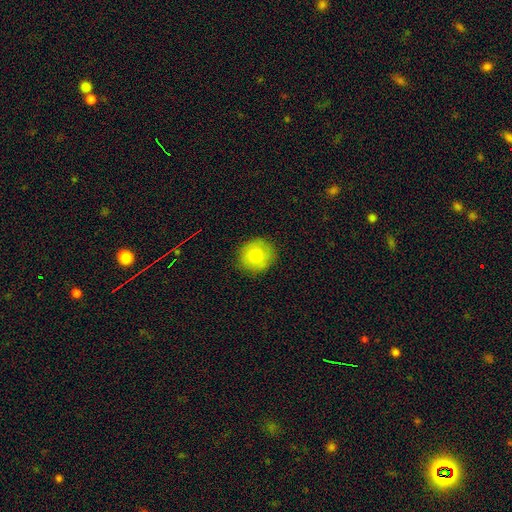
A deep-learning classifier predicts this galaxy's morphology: smooth_or_featured: smooth (p=0.80) [alt: featured or disk p=0.12]
how_rounded: round (p=0.89) [alt: in between p=0.10]
merging: none (p=0.87) [alt: minor disturbance p=0.10]